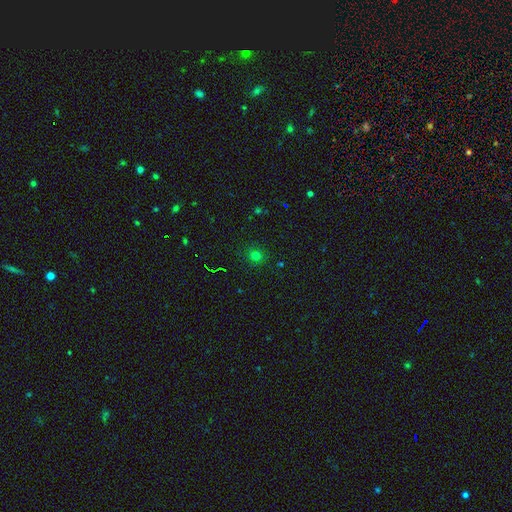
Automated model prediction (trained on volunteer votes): smooth_or_featured: smooth (p=0.71) [alt: star or artifact p=0.24]
how_rounded: round (p=0.90) [alt: in between p=0.09]
merging: none (p=0.88) [alt: minor disturbance p=0.08]